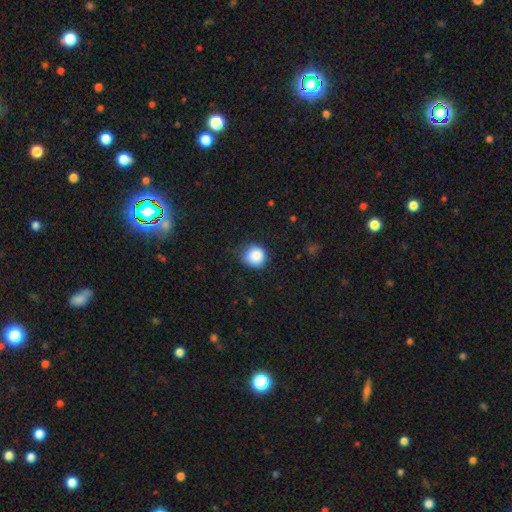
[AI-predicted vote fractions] A smooth galaxy with no disk features (87%) that is round (88%). Merging: none (68%).